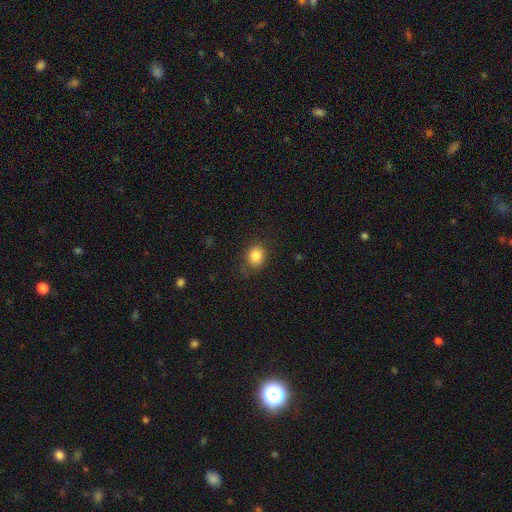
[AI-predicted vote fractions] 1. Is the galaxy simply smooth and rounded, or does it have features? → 84% smooth, 10% star or artifact, 6% featured or disk.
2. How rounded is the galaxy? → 60% round, 39% in between, 1% cigar-shaped.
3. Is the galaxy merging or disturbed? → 78% none, 16% minor disturbance, 5% major disturbance, 1% merger.